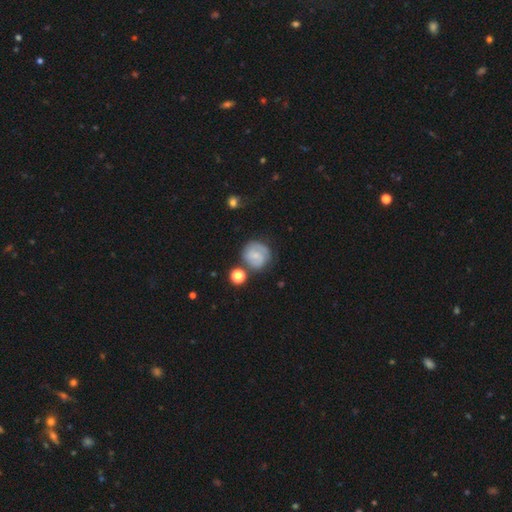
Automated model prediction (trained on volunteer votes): This appears to be a featured or disk galaxy (53%) with a weak bar (47%), spiral arms (85%) and a small central bulge (59%). Merging: none (67%).